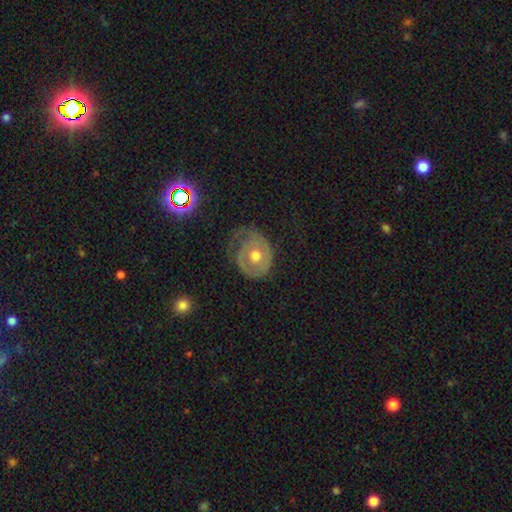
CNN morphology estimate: smooth-or-featured: featured or disk: 63% | smooth: 29% | star or artifact: 7%
  disk-edge-on: no: 96% | yes: 4%
    bar: no: 83% | weak: 14% | strong: 3%
    has-spiral-arms: yes: 66% | no: 34%
    bulge-size: moderate: 76% | small: 13% | large: 9% | none: 1% | dominant: 1%
  merging: none: 45% | minor disturbance: 28% | major disturbance: 25% | merger: 2%